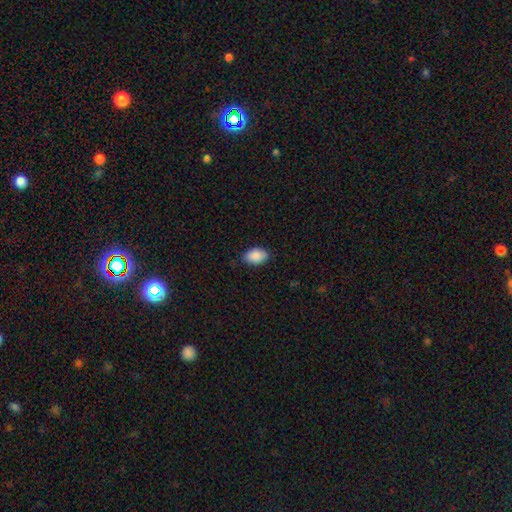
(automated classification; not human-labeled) Q: Smooth or featured?
A: smooth (89%); runner-up: star or artifact (7%)
Q: How rounded?
A: in between (88%); runner-up: round (10%)
Q: Merging?
A: none (82%); runner-up: minor disturbance (15%)